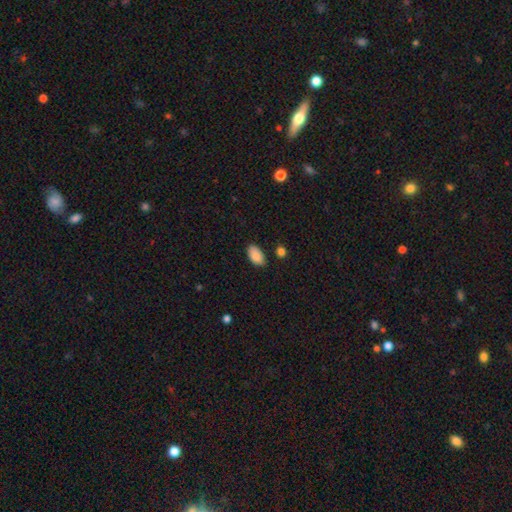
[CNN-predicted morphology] A smooth galaxy with no disk features (88%) that is in between round and cigar-shaped (94%). Merging: none (79%).